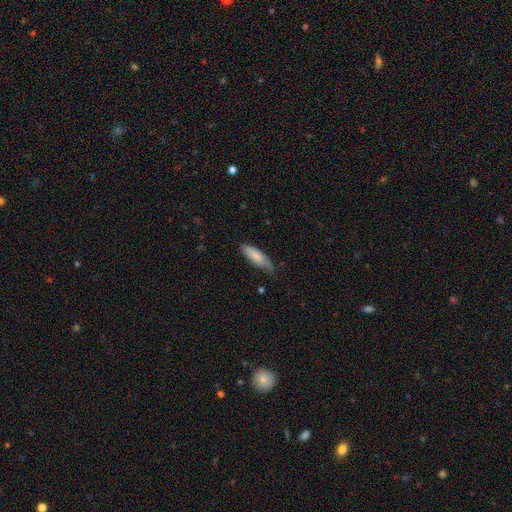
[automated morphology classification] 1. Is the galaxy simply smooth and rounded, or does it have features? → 77% smooth, 17% featured or disk, 6% star or artifact.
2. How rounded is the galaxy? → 53% in between, 45% cigar-shaped, 2% round.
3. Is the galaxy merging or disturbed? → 62% none, 31% minor disturbance, 6% major disturbance, 2% merger.